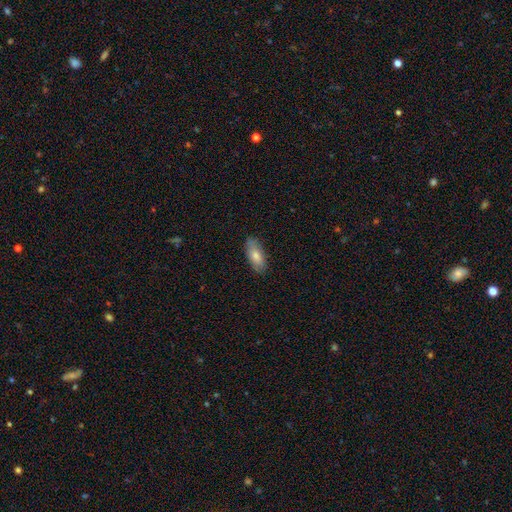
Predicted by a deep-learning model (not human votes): smooth_or_featured: smooth (p=0.73) [alt: featured or disk p=0.20]
how_rounded: in between (p=0.82) [alt: cigar-shaped p=0.16]
merging: none (p=0.85) [alt: minor disturbance p=0.12]